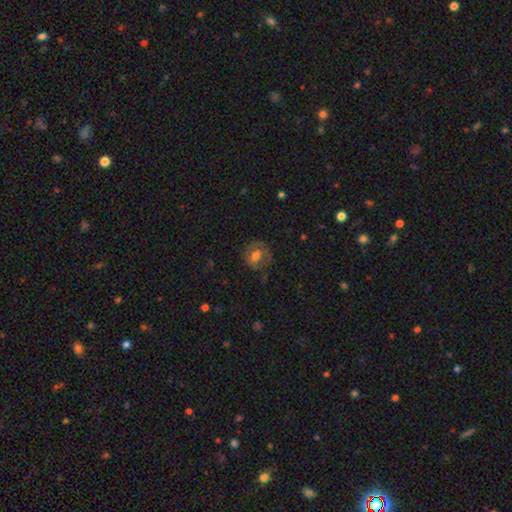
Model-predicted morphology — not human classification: A smooth galaxy with no disk features (52%) that is round (74%). Merging: none (66%).